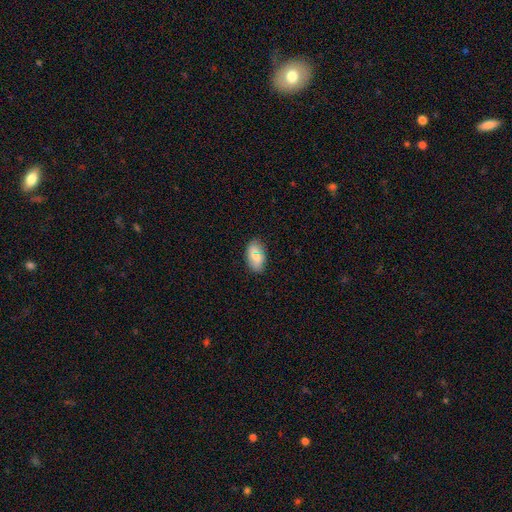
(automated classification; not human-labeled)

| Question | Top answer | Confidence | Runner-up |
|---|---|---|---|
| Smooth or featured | smooth | 76% | featured or disk (14%) |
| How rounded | in between | 93% | round (5%) |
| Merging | none | 84% | minor disturbance (12%) |